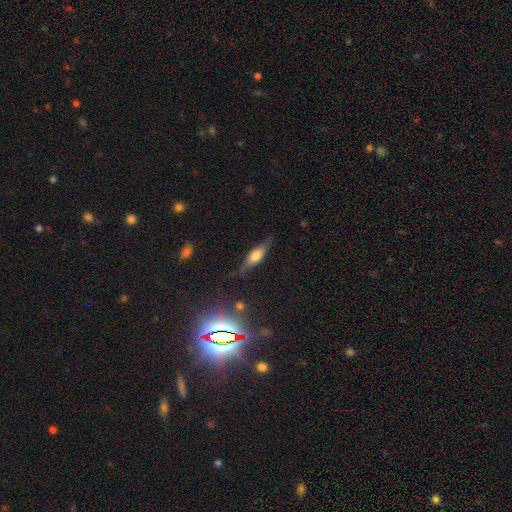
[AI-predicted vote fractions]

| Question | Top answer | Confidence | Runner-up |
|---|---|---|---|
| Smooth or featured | featured or disk | 52% | smooth (38%) |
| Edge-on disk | yes | 90% | no (10%) |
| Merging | none | 77% | minor disturbance (17%) |